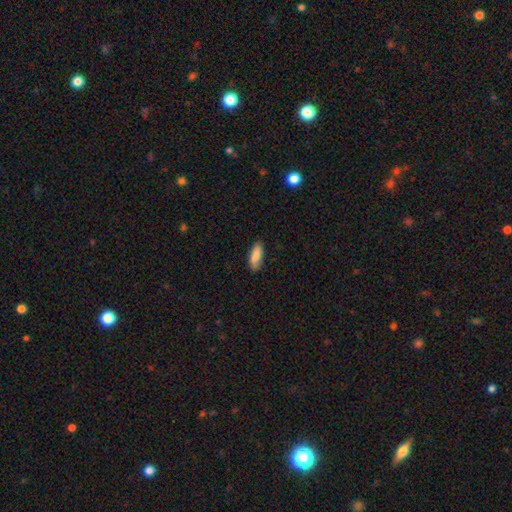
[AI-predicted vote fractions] The model was most divided on "how rounded": in between: 65%, cigar-shaped: 33%, round: 2%. More confident: smooth or featured — smooth (87%); merging — none (81%).